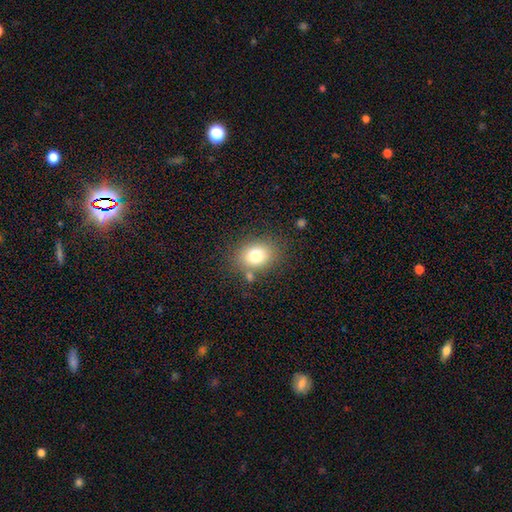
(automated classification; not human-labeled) Smooth or featured: smooth — 77% (star or artifact — 12%)
How rounded: in between — 54% (round — 46%)
Merging: none — 76% (minor disturbance — 13%)